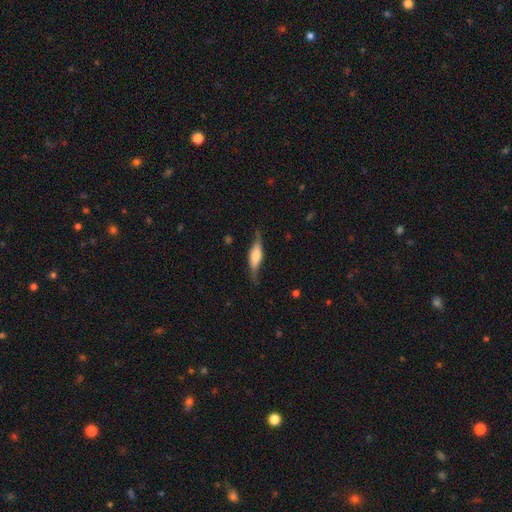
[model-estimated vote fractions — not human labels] This appears to be a featured or disk galaxy (52%) viewed edge-on (79%). Merging: none (70%).